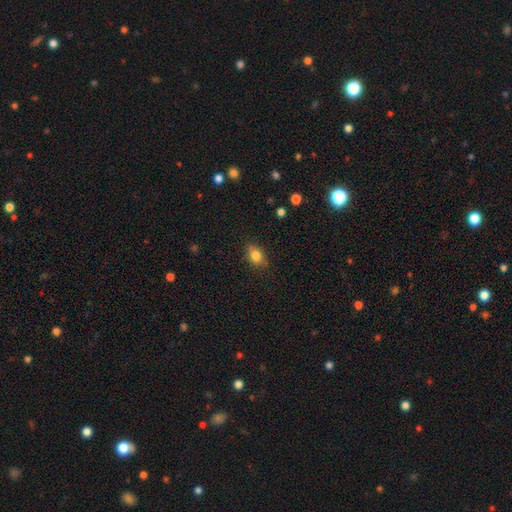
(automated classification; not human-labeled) The model was most divided on "how rounded": in between: 74%, round: 24%, cigar-shaped: 2%. More confident: merging — none (82%); smooth or featured — smooth (82%).